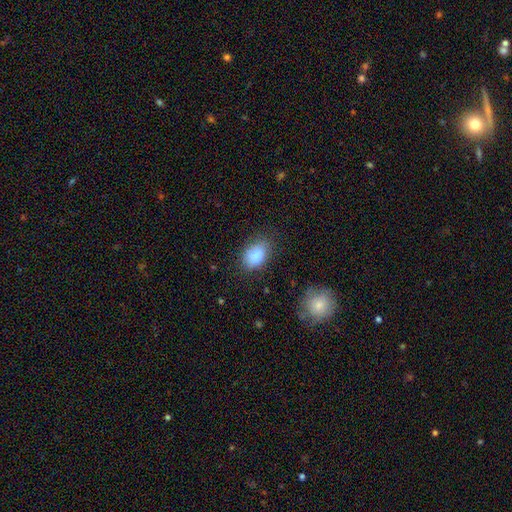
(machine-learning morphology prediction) Smooth or featured? smooth (87%)
How rounded? in between (86%)
Merging? none (74%)